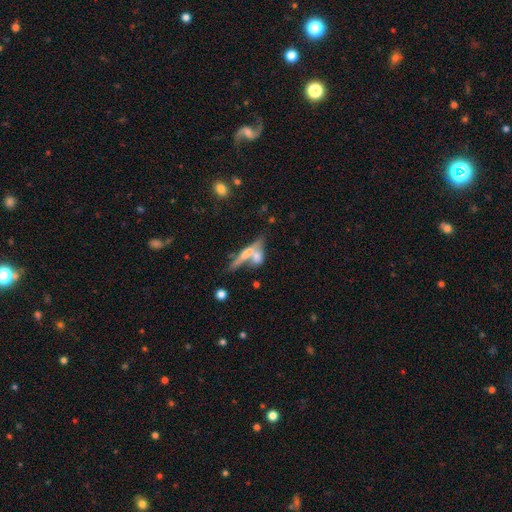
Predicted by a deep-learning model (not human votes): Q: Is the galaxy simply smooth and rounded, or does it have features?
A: featured or disk — 46%.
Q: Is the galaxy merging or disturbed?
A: merger — 46%.